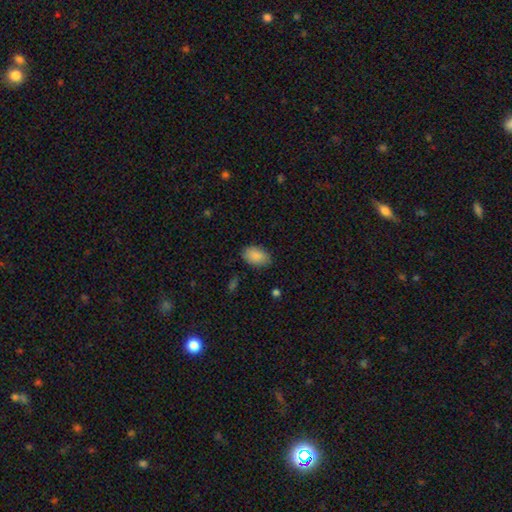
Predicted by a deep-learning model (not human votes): A smooth galaxy with no disk features (88%) that is in between round and cigar-shaped (90%). Merging: none (83%).